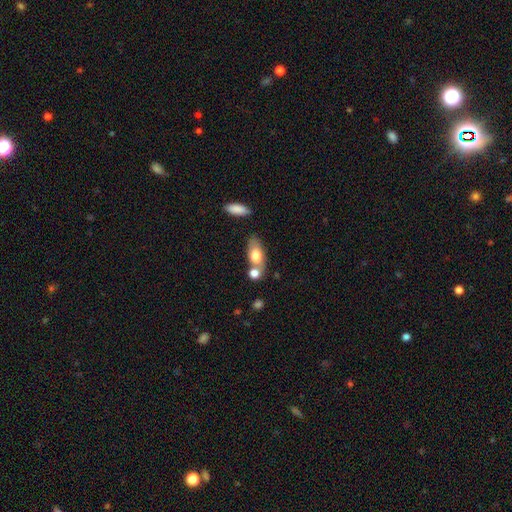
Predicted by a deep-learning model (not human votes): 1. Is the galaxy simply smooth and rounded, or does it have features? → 74% smooth, 19% featured or disk, 7% star or artifact.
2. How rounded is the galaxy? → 81% in between, 10% round, 9% cigar-shaped.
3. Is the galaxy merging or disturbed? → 51% none, 30% merger, 14% minor disturbance, 5% major disturbance.